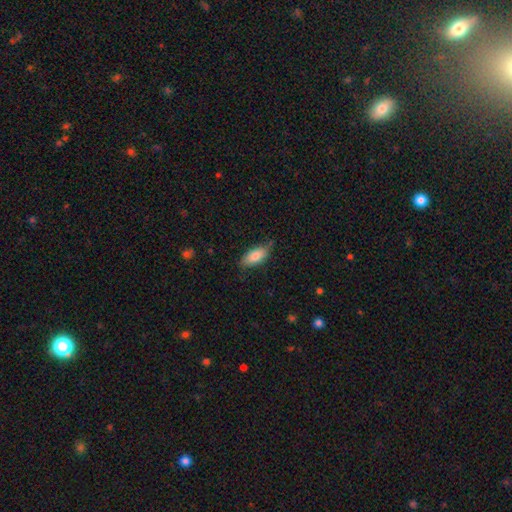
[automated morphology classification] A smooth galaxy with no disk features (82%) that is in between round and cigar-shaped (85%). Merging: none (66%).